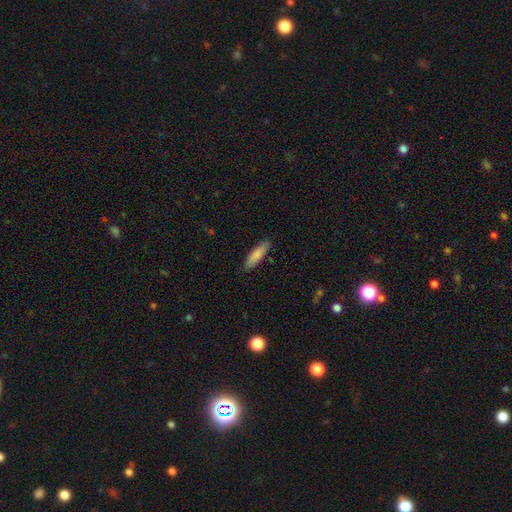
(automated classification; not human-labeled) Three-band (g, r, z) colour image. It shows a smooth galaxy with no disk features (84%) that is cigar-shaped (67%). Merging: none (86%).